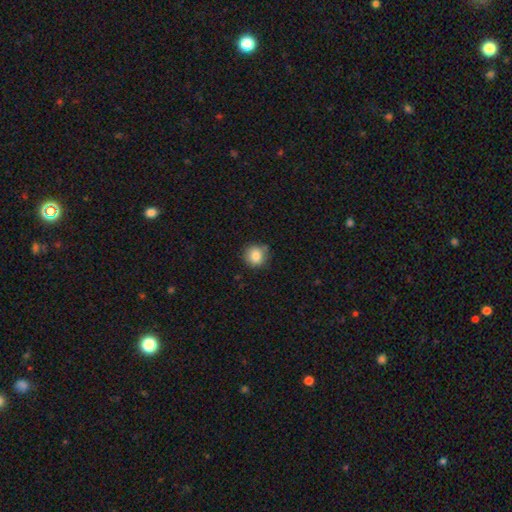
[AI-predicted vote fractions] Smooth or featured: smooth — 83% (star or artifact — 10%)
How rounded: round — 90% (in between — 9%)
Merging: none — 80% (minor disturbance — 15%)